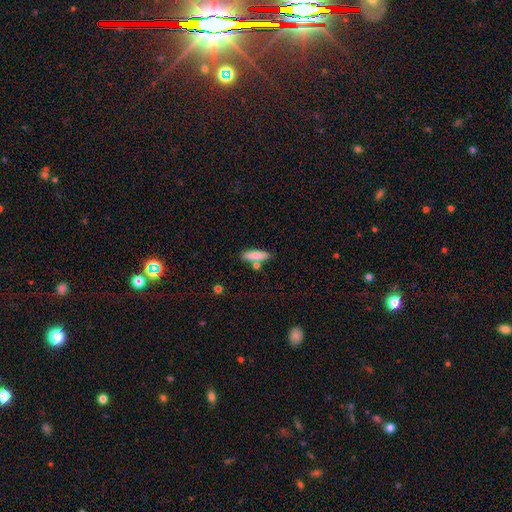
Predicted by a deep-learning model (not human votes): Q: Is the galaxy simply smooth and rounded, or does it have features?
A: smooth — 85%.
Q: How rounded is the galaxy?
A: cigar-shaped — 67%.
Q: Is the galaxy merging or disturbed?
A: none — 76%.